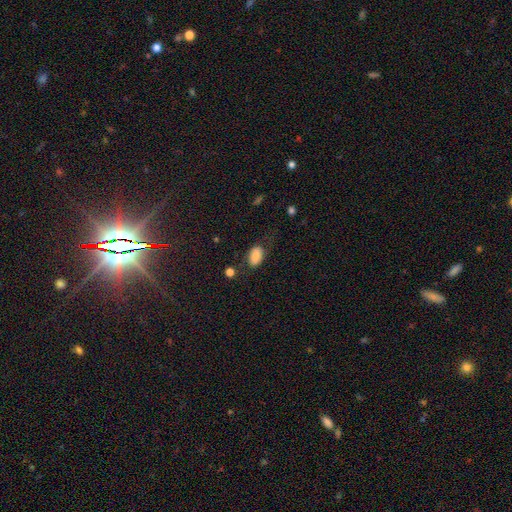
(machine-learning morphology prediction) Smooth or featured? Predicted: smooth (p=0.83). How rounded? Predicted: in between (p=0.91). Merging? Predicted: none (p=0.64).